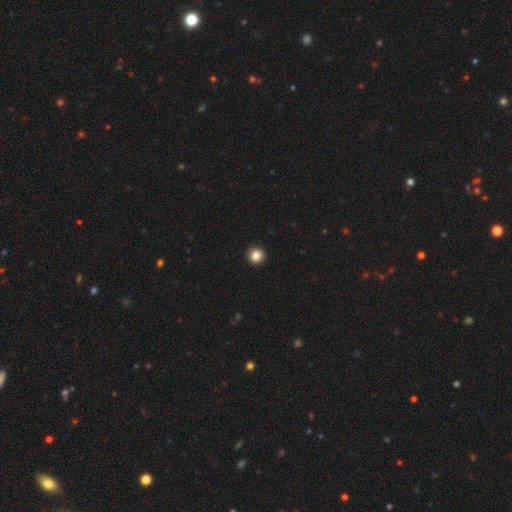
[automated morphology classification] type=smooth (86%); roundness=round (94%); merging=none (94%).